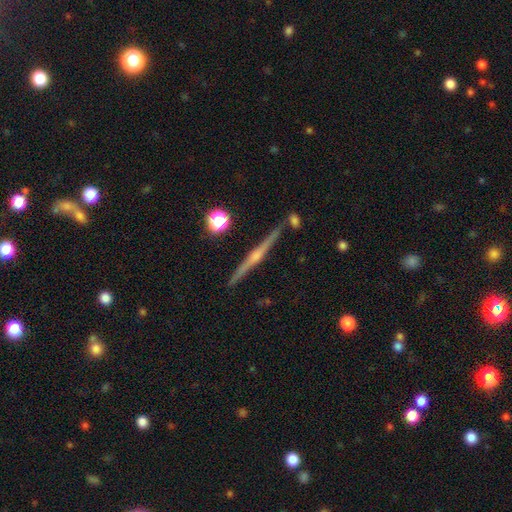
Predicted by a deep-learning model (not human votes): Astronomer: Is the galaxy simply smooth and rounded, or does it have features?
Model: featured or disk — 82%.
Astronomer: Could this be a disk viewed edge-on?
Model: yes — 98%.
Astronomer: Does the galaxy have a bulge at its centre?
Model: rounded — 84%.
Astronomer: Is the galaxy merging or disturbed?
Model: none — 88%.